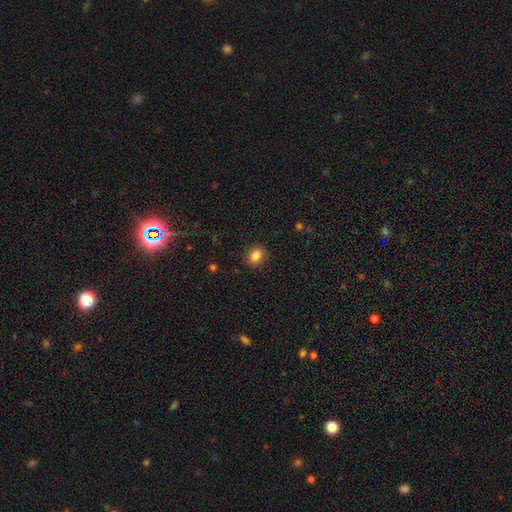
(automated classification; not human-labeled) A smooth galaxy with no disk features (83%) that is round (54%). Merging: none (89%).